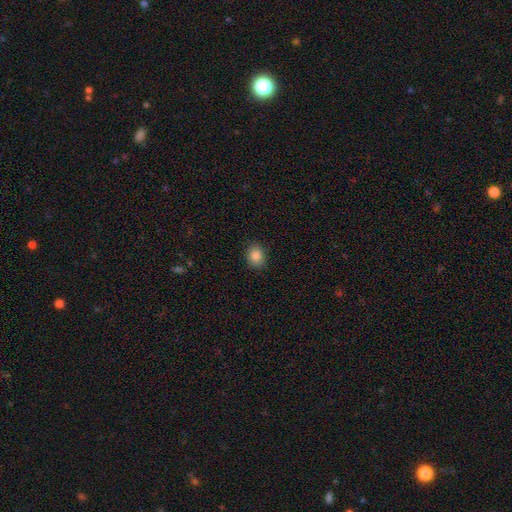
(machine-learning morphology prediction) smooth-or-featured: smooth: 85% | star or artifact: 10% | featured or disk: 5%
  how-rounded: round: 58% | in between: 41% | cigar-shaped: 1%
  merging: none: 88% | minor disturbance: 9% | major disturbance: 2% | merger: 1%